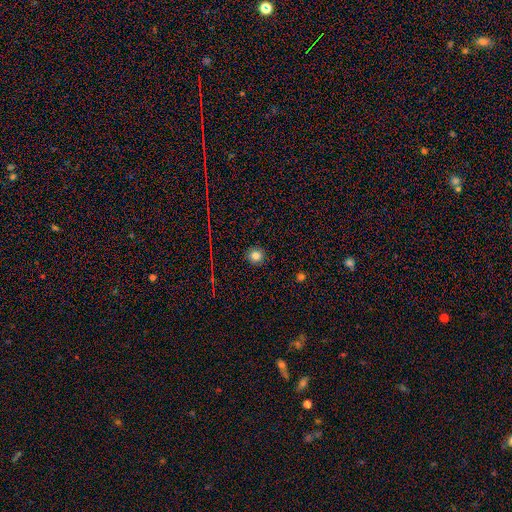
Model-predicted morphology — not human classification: Q: Smooth or featured?
A: smooth (79%); runner-up: star or artifact (14%)
Q: How rounded?
A: round (90%); runner-up: in between (9%)
Q: Merging?
A: none (89%); runner-up: minor disturbance (8%)